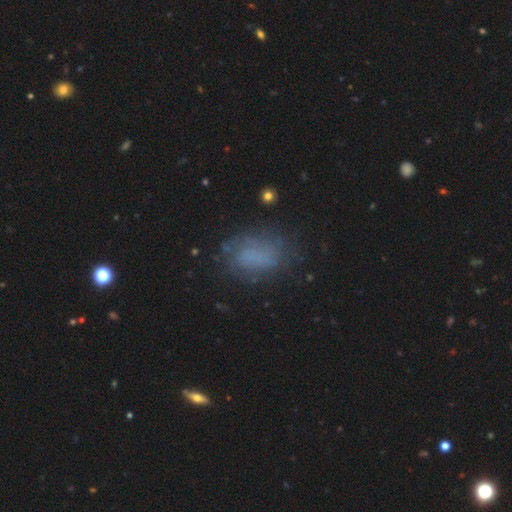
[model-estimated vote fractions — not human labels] This is possibly a smooth galaxy (57%). How rounded: clearly in between (81%). Merging: likely none (63%).